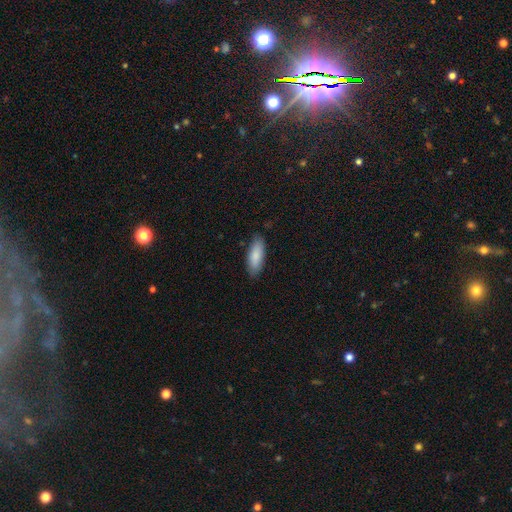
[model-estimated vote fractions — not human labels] This appears to be a smooth galaxy with no disk features (85%) that is in between round and cigar-shaped (69%). Merging: none (84%).